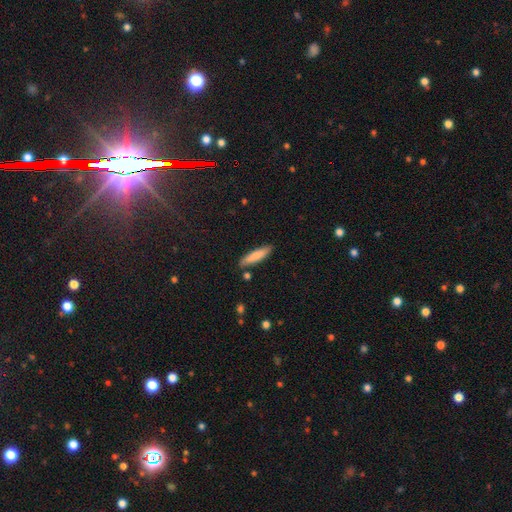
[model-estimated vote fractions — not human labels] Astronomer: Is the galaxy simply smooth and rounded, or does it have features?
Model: smooth — 81%.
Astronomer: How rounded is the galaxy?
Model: cigar-shaped — 82%.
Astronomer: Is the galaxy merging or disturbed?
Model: none — 84%.